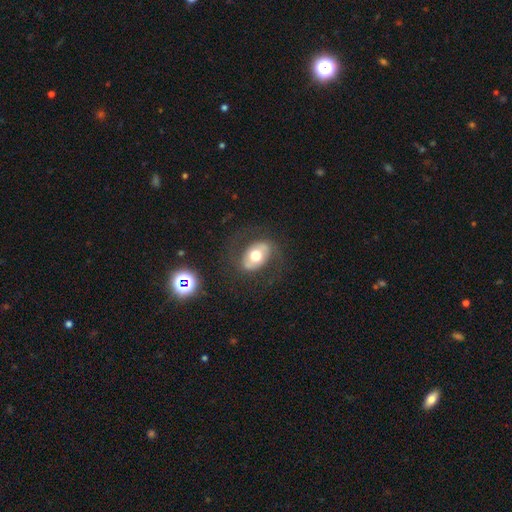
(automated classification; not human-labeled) Smooth or featured? featured or disk (51%)
Edge-on disk? no (94%)
Merging? none (71%)